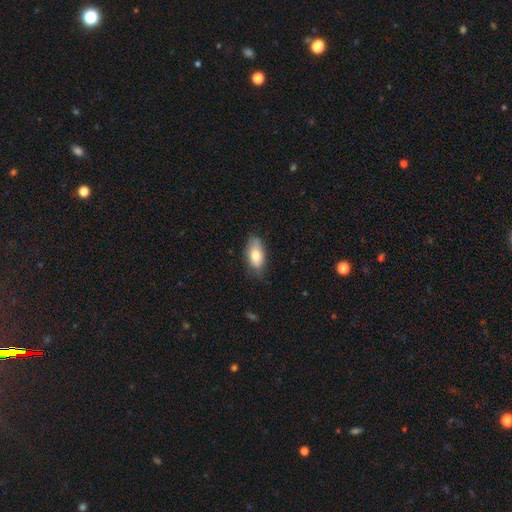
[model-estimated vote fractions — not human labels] Smooth or featured: smooth — 78% (featured or disk — 16%)
How rounded: in between — 89% (cigar-shaped — 8%)
Merging: none — 68% (minor disturbance — 26%)